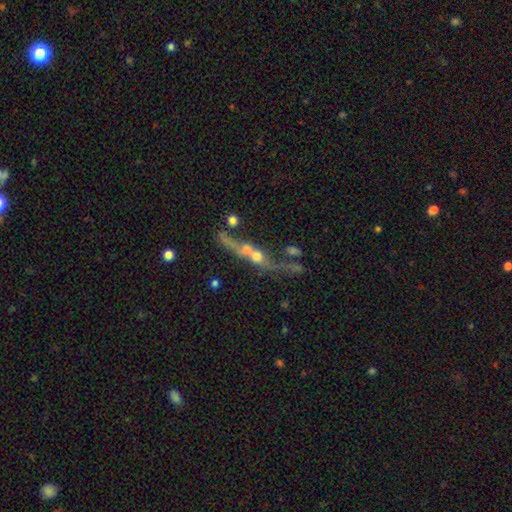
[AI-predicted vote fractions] featured or disk 58%, smooth 28%, star or artifact 14%. Down the decision tree: edge-on disk — yes (51%); merging — merger (40%).